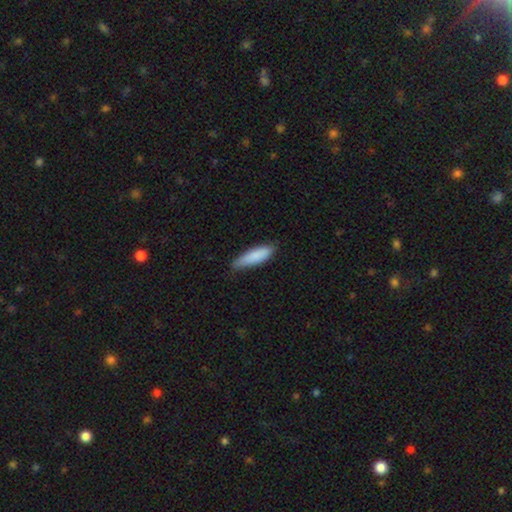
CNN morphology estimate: Smooth or featured? smooth (86%)
How rounded? cigar-shaped (63%)
Merging? none (72%)